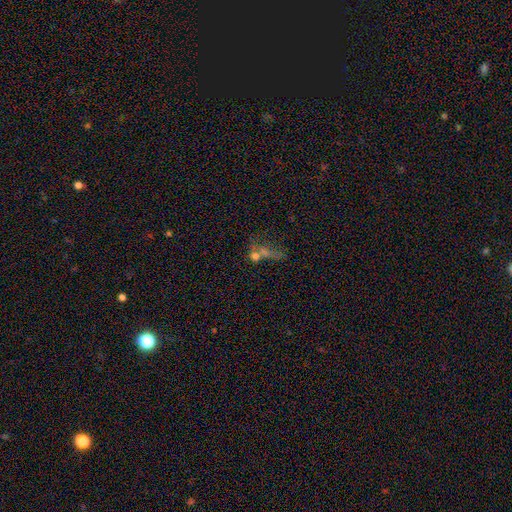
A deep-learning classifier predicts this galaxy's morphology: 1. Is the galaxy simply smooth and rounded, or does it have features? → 40% smooth, 33% star or artifact, 26% featured or disk.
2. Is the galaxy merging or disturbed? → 34% none (tied), 34% merger (tied), 20% major disturbance, 12% minor disturbance.